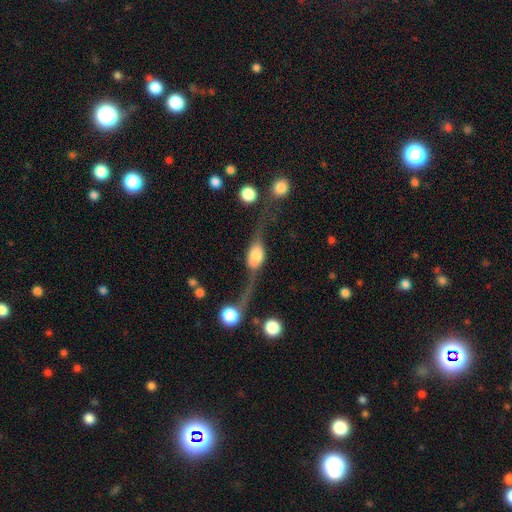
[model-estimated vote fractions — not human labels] smooth_or_featured: featured or disk (p=0.65) [alt: smooth p=0.28]
disk_edge_on: yes (p=0.73) [alt: no p=0.27]
merging: none (p=0.39) [alt: major disturbance p=0.28]